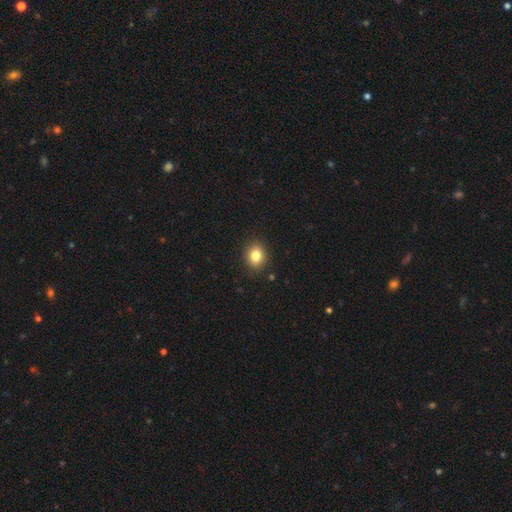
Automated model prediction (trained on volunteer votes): A smooth galaxy with no disk features (82%) that is round (65%).

Vote fractions:
- Smooth or featured? smooth: 82% / star or artifact: 11% / featured or disk: 7%
- How rounded? round: 65% / in between: 34% / cigar-shaped: 1%
- Merging? none: 90% / minor disturbance: 7% / major disturbance: 2% / merger: 1%